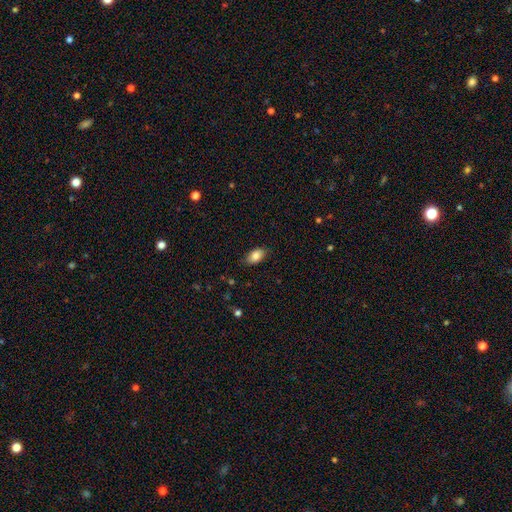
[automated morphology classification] Smooth or featured? smooth (85%)
How rounded? in between (92%)
Merging? none (84%)